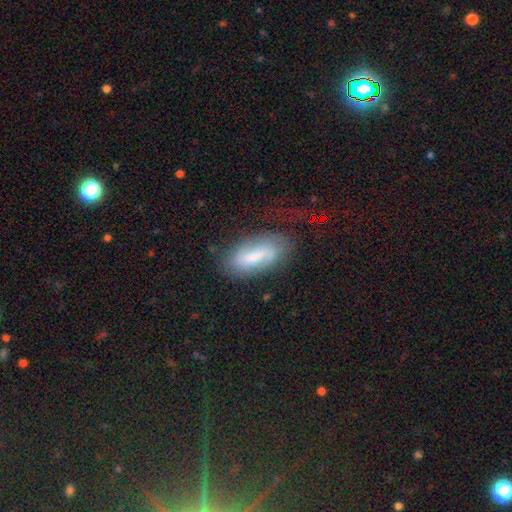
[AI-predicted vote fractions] smooth-or-featured: featured or disk: 52% | smooth: 39% | star or artifact: 9%
  disk-edge-on: no: 89% | yes: 11%
  merging: none: 63% | minor disturbance: 23% | major disturbance: 11% | merger: 2%